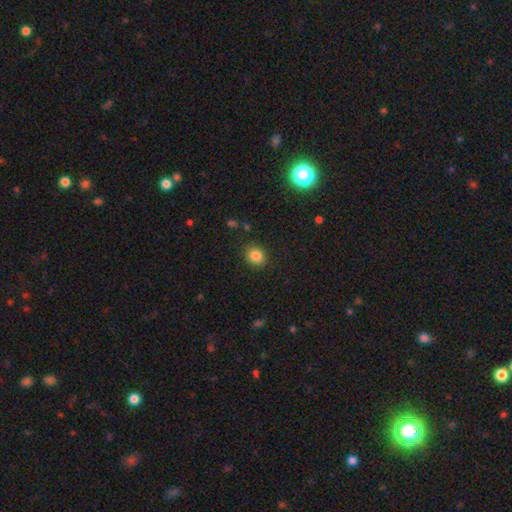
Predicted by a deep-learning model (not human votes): The model was most divided on "how rounded": round: 66%, in between: 33%, cigar-shaped: 1%. More confident: merging — none (88%); smooth or featured — smooth (84%).